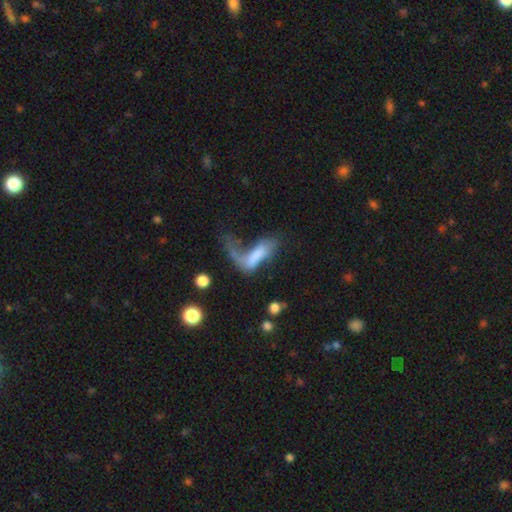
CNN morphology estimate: smooth 54%, featured or disk 37%, star or artifact 9%. Down the decision tree: how rounded — in between (56%); merging — major disturbance (56%).